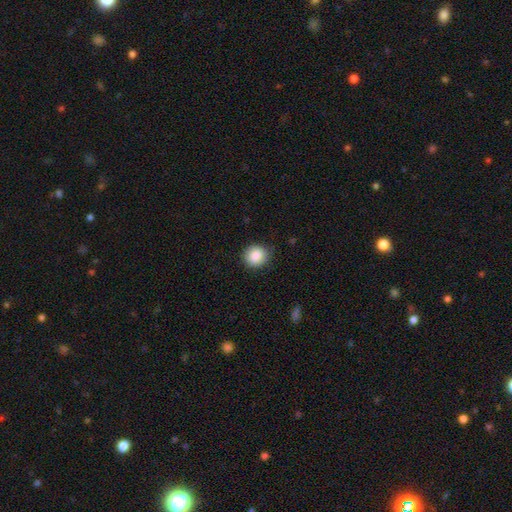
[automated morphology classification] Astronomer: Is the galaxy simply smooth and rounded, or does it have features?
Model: smooth — 86%.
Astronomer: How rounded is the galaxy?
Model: round — 88%.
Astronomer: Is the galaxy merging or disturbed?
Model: none — 86%.